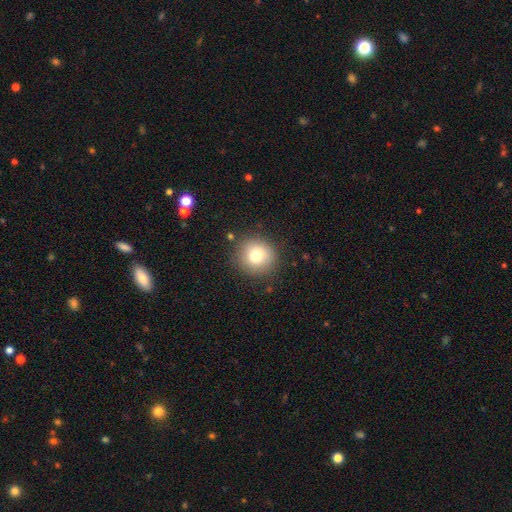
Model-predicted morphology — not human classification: Smooth or featured?
  - smooth: 76% *
  - star or artifact: 12%
  - featured or disk: 12%
How rounded?
  - round: 93% *
  - in between: 6%
  - cigar-shaped: 1%
Merging?
  - none: 87% *
  - minor disturbance: 9%
  - major disturbance: 3%
  - merger: 2%